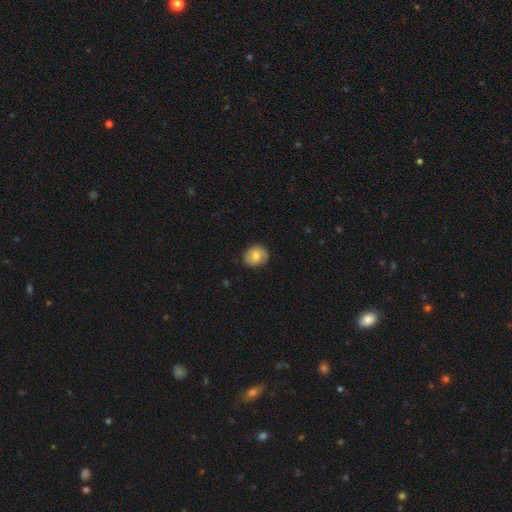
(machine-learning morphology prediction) The model was most divided on "smooth or featured": smooth: 60%, featured or disk: 32%, star or artifact: 8%. More confident: merging — none (79%); how rounded — round (69%).